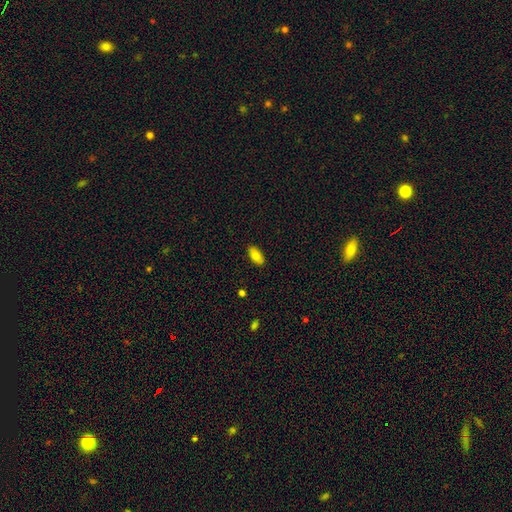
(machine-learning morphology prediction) This is likely a smooth galaxy (78%). How rounded: clearly in between (92%). Merging: clearly none (87%).